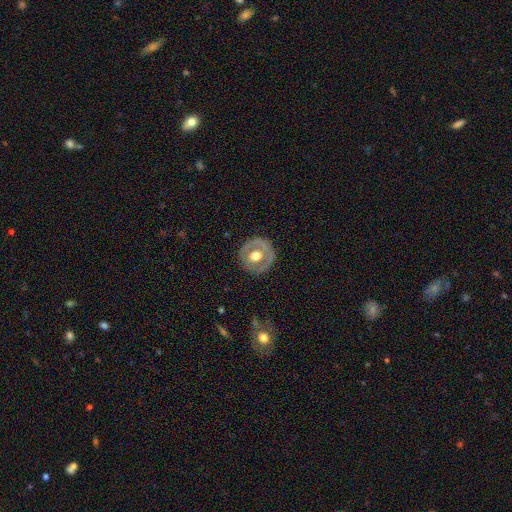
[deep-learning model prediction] smooth-or-featured: featured or disk: 53% | smooth: 41% | star or artifact: 6%
  disk-edge-on: no: 93% | yes: 7%
  merging: none: 83% | minor disturbance: 12% | major disturbance: 4% | merger: 1%